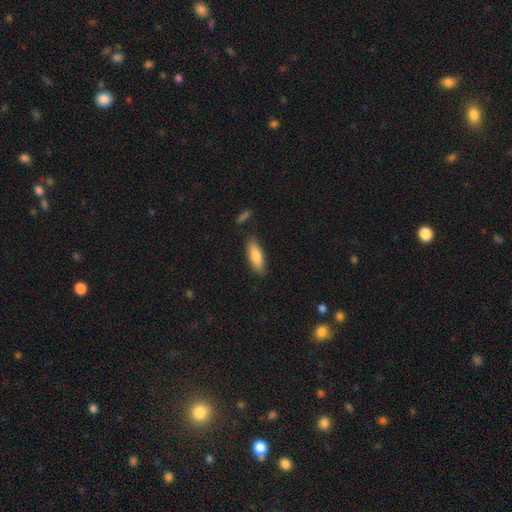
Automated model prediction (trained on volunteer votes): smooth 80%, featured or disk 14%, star or artifact 6%. Down the decision tree: how rounded — in between (58%); merging — none (82%).